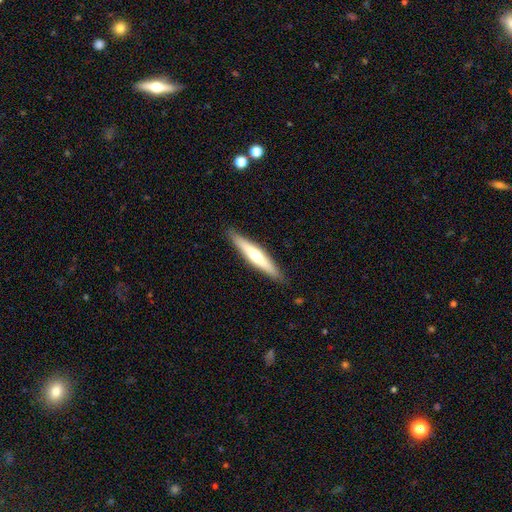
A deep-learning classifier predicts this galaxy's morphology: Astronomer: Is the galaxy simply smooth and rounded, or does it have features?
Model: featured or disk — 48% (runner-up: smooth, 47%).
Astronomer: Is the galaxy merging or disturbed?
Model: none — 90%.